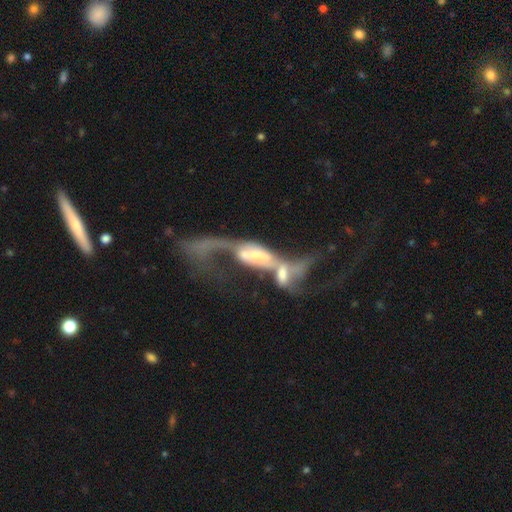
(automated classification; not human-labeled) The model was most divided on "bulge size": moderate: 32%, small: 31%, none: 20%, large: 14%, dominant: 4%. Remaining: edge-on disk — no (85%); merging — merger (73%); smooth or featured — featured or disk (68%); spiral arms — yes (63%); bar — no (45%).